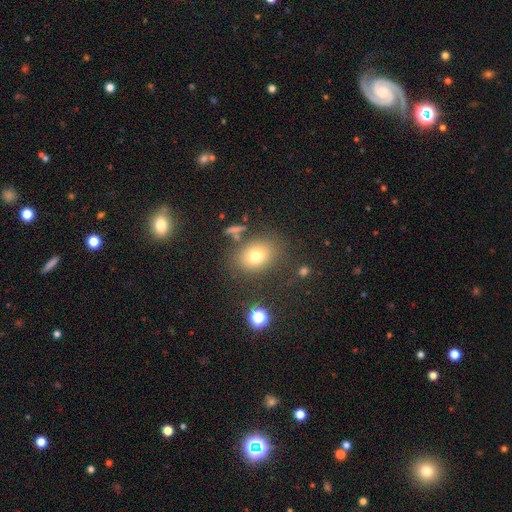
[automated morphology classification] Q: Smooth or featured?
A: smooth (74%); runner-up: star or artifact (14%)
Q: How rounded?
A: in between (58%); runner-up: round (41%)
Q: Merging?
A: none (76%); runner-up: minor disturbance (13%)